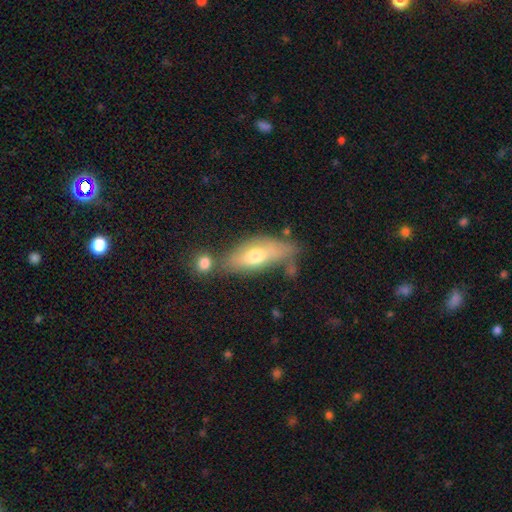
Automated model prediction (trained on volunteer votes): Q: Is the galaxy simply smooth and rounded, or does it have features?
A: smooth — 62%.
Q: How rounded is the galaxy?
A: in between — 74%.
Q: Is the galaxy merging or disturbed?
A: none — 46%.